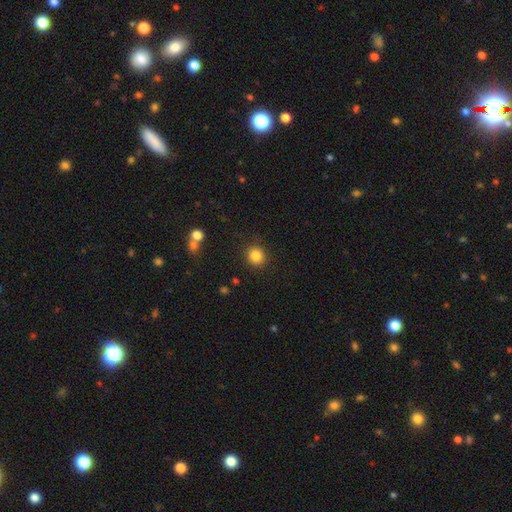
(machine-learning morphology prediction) Smooth or featured? Predicted: smooth (p=0.85). How rounded? Predicted: round (p=0.89). Merging? Predicted: none (p=0.89).